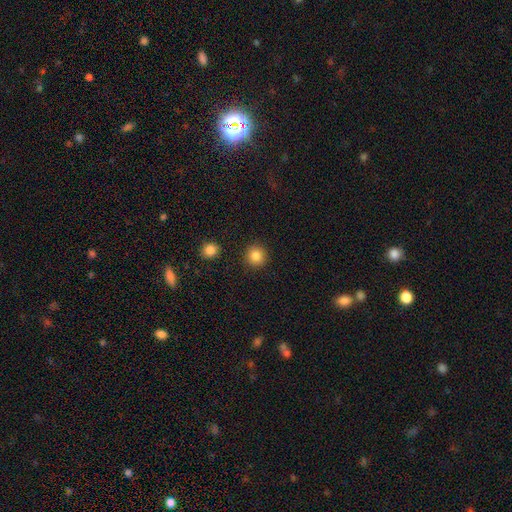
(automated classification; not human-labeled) Overall: smooth (85%). How rounded: round (92%). Merging: none (91%).